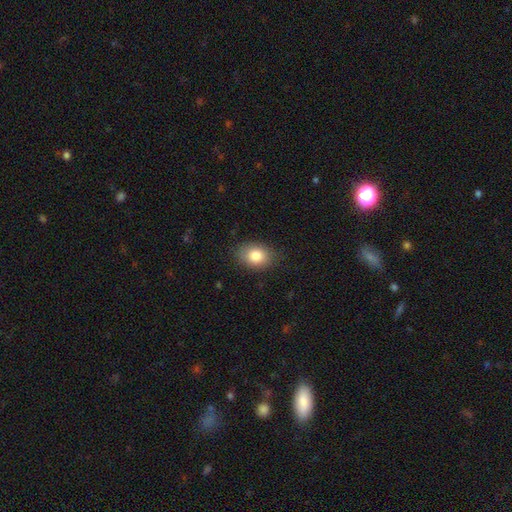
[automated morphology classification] A smooth galaxy with no disk features (84%) that is in between round and cigar-shaped (71%).

Vote fractions:
- Smooth or featured? smooth: 84% / featured or disk: 8% / star or artifact: 8%
- How rounded? in between: 71% / round: 28% / cigar-shaped: 1%
- Merging? none: 82% / minor disturbance: 14% / major disturbance: 3% / merger: 1%